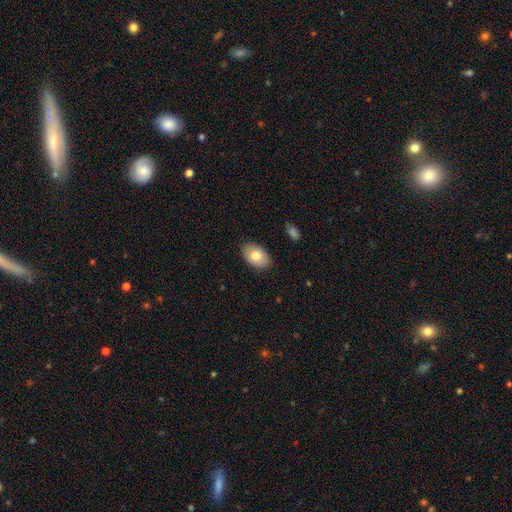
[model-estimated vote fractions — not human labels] smooth 77%, featured or disk 16%, star or artifact 7%. Down the decision tree: how rounded — in between (89%); merging — none (86%).